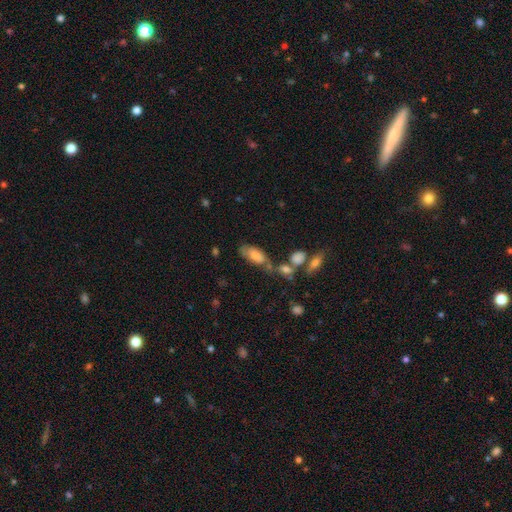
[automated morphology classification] Q: Smooth or featured?
A: smooth (69%); runner-up: featured or disk (22%)
Q: How rounded?
A: in between (87%); runner-up: cigar-shaped (10%)
Q: Merging?
A: none (45%); runner-up: minor disturbance (25%)